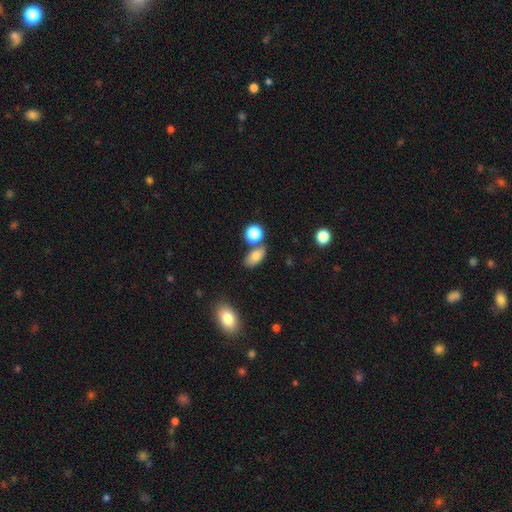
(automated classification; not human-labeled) The model was most divided on "merging": none: 67%, merger: 14%, minor disturbance: 14%, major disturbance: 4%. More confident: how rounded — in between (85%); smooth or featured — smooth (80%).